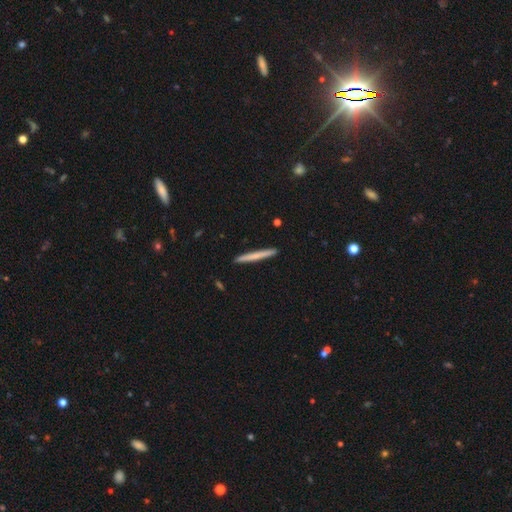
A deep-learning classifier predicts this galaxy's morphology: This is likely a smooth galaxy (64%). How rounded: clearly cigar-shaped (97%). Merging: clearly none (92%).